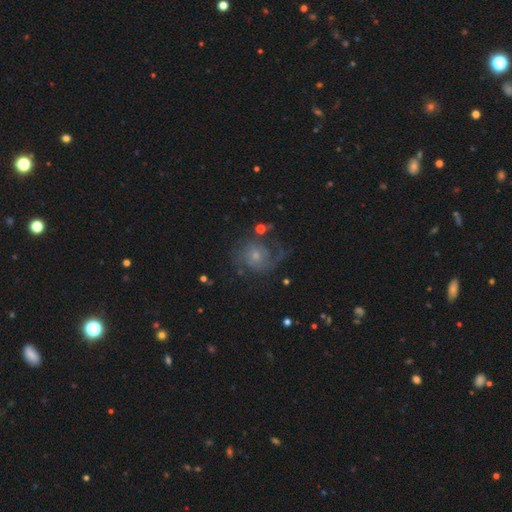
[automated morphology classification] A featured or disk galaxy (66%) with no bar (76%), 2 (36%) medium (40%) spiral arms (86%) and a small central bulge (60%).

Vote fractions:
- Smooth or featured? featured or disk: 66% / smooth: 23% / star or artifact: 11%
- Edge-on disk? no: 98% / yes: 2%
- Bar? no: 76% / weak: 21% / strong: 3%
- Spiral arms? yes: 86% / no: 14%
- Spiral winding? medium: 40% / tight: 31% / loose: 30%
- Spiral arm count? 2: 36% / 1: 26% / can't tell: 24% / 3: 7% / 4: 3% / more than 4: 3%
- Bulge size? small: 60% / moderate: 31% / none: 4% / large: 3% / dominant: 1%
- Merging? none: 52% / major disturbance: 25% / minor disturbance: 19% / merger: 4%